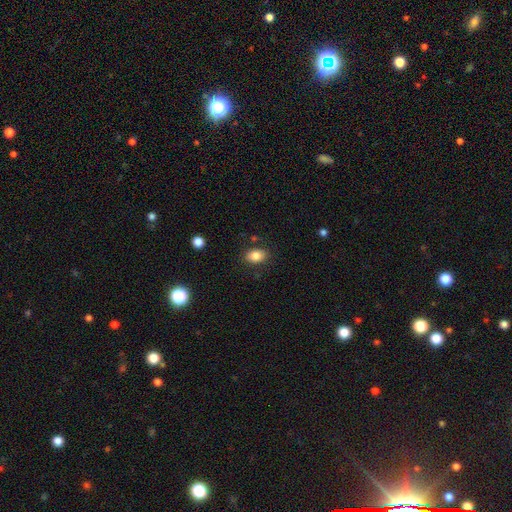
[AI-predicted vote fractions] Morphology: type=smooth (84%); roundness=in between (79%); merging=none (83%).